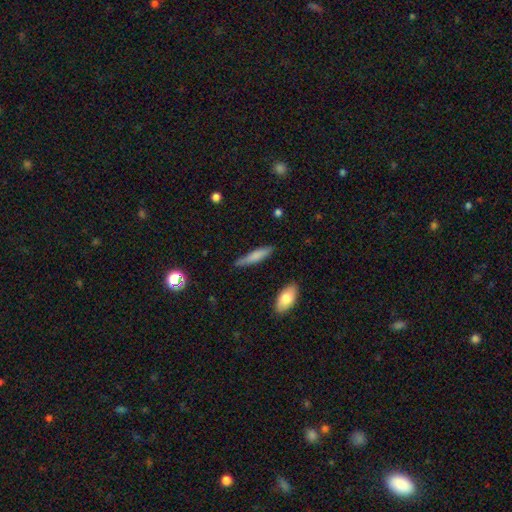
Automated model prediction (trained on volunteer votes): Morphology: type=smooth (75%); roundness=cigar-shaped (81%); merging=none (75%).